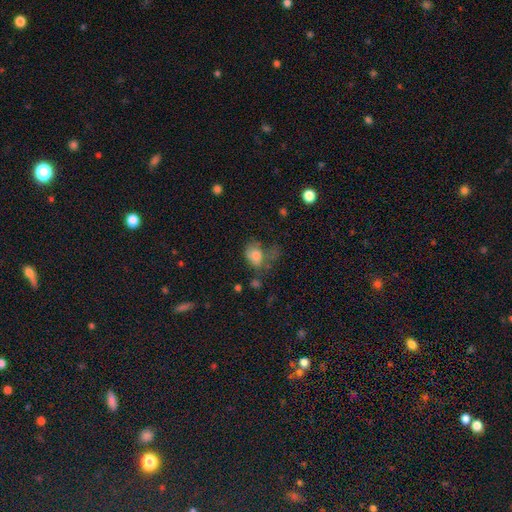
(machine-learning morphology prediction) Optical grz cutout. It shows a smooth galaxy with no disk features (72%) that is in between round and cigar-shaped (66%). Merging: major disturbance (38%).